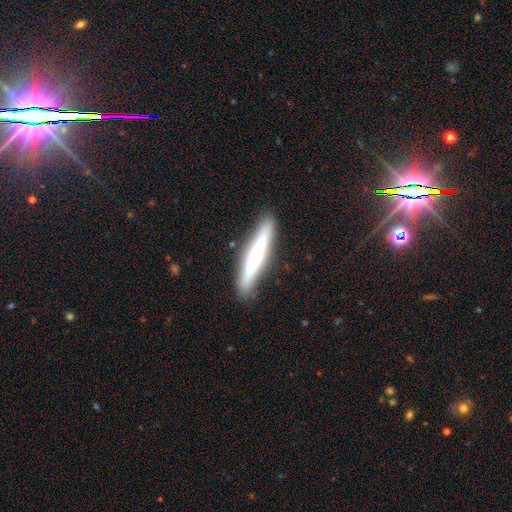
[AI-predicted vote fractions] This is possibly a featured or disk galaxy (47%). Merging: clearly none (88%).